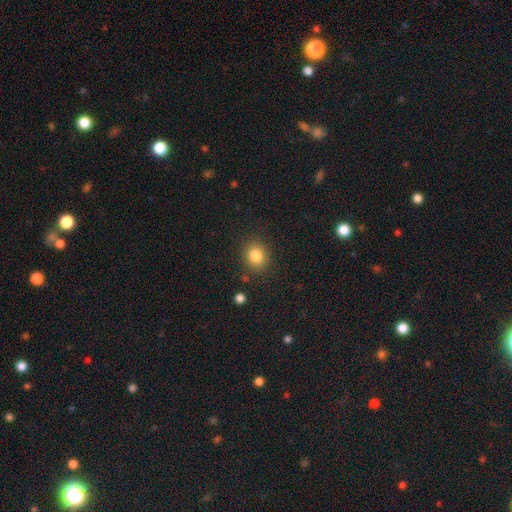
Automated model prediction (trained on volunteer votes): The model was most divided on "how rounded": round: 75%, in between: 24%, cigar-shaped: 1%. More confident: merging — none (86%); smooth or featured — smooth (83%).